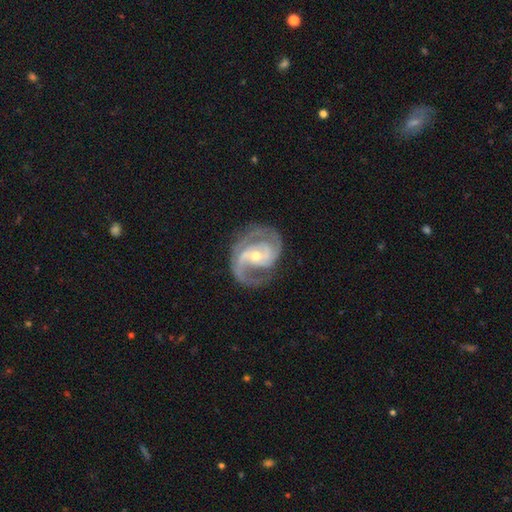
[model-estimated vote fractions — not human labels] Smooth or featured? Predicted: featured or disk (p=0.91). Edge-on disk? Predicted: no (p=0.98). Bar? Predicted: no (p=0.43). Spiral arms? Predicted: yes (p=0.98). Spiral winding? Predicted: medium (p=0.52). Spiral arm count? Predicted: 2 (p=0.77). Bulge size? Predicted: moderate (p=0.50). Merging? Predicted: none (p=0.70).